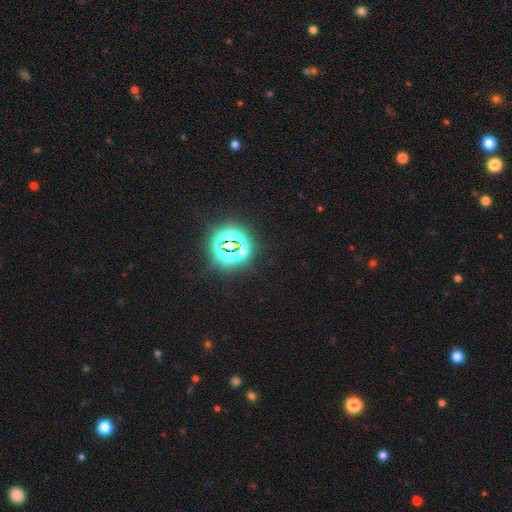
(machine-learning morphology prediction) A star or artifact, not a galaxy (84%).